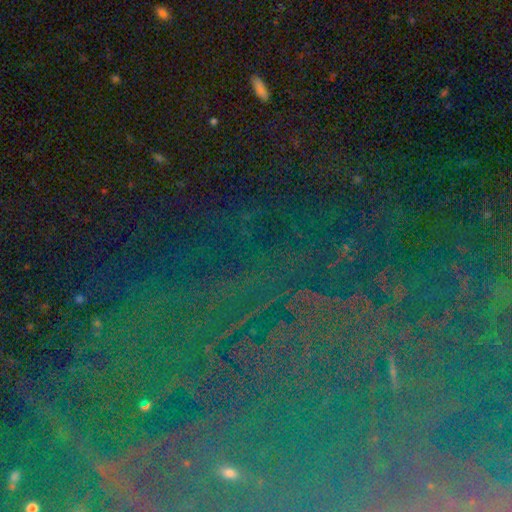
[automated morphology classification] This appears to be a star or artifact, not a galaxy (82%).